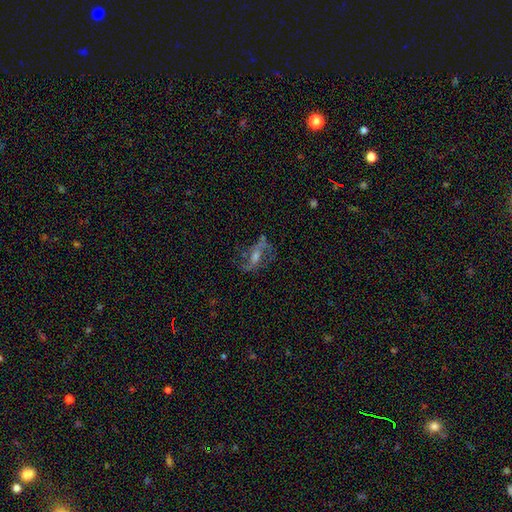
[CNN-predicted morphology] smooth_or_featured: featured or disk (p=0.74) [alt: star or artifact p=0.13]
disk_edge_on: no (p=0.92) [alt: yes p=0.08]
bar: weak (p=0.43) [alt: no p=0.31]
has_spiral_arms: yes (p=0.89) [alt: no p=0.11]
spiral_winding: loose (p=0.56) [alt: medium p=0.33]
spiral_arm_count: 2 (p=0.82) [alt: can't tell p=0.08]
bulge_size: moderate (p=0.52) [alt: small p=0.35]
merging: none (p=0.69) [alt: minor disturbance p=0.16]